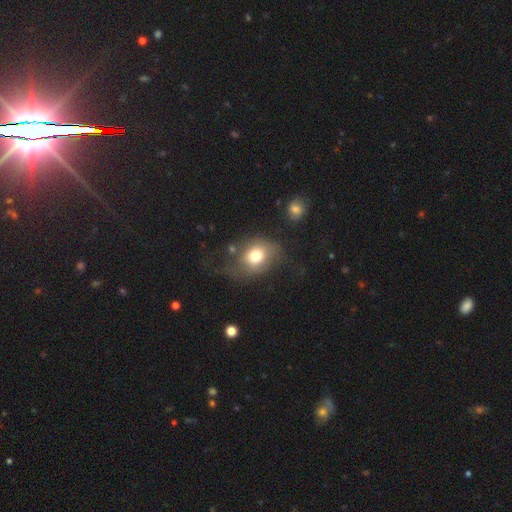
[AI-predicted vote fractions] A smooth galaxy with no disk features (72%) that is round (55%). Merging: none (48%).